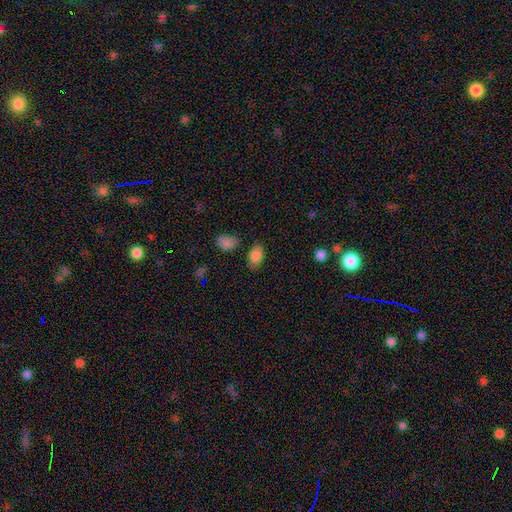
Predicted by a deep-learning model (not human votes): Overall: smooth (84%). How rounded: in between (90%). Merging: none (77%).